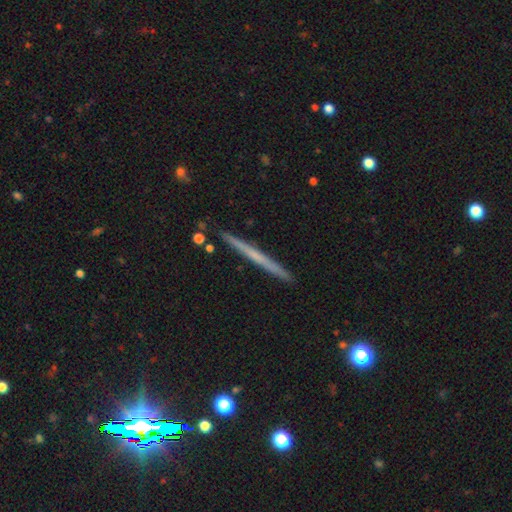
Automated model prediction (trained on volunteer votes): smooth_or_featured: featured or disk (p=0.52) [alt: smooth p=0.39]
disk_edge_on: yes (p=0.97) [alt: no p=0.03]
edge_on_bulge: none (p=0.84) [alt: rounded p=0.12]
merging: none (p=0.92) [alt: minor disturbance p=0.06]